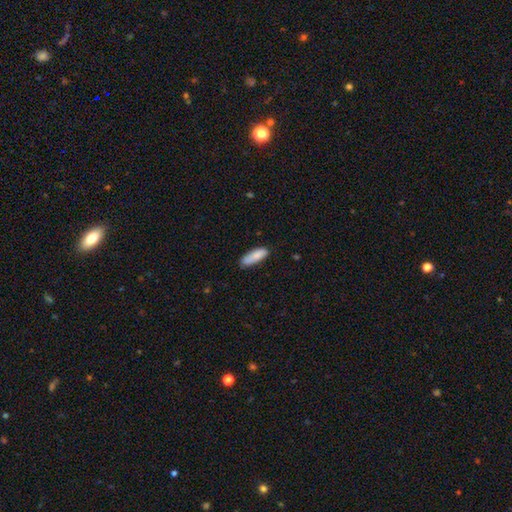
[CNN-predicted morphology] smooth-or-featured: smooth: 86% | featured or disk: 8% | star or artifact: 6%
  how-rounded: in between: 56% | cigar-shaped: 42% | round: 2%
  merging: none: 79% | minor disturbance: 17% | major disturbance: 3% | merger: 2%